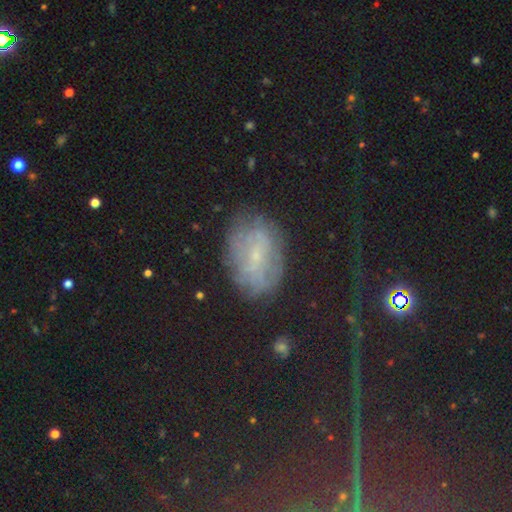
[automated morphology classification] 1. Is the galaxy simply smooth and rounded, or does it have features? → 36% featured or disk (tied), 36% star or artifact (tied), 28% smooth.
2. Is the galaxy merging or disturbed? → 72% none, 17% minor disturbance, 9% major disturbance, 2% merger.